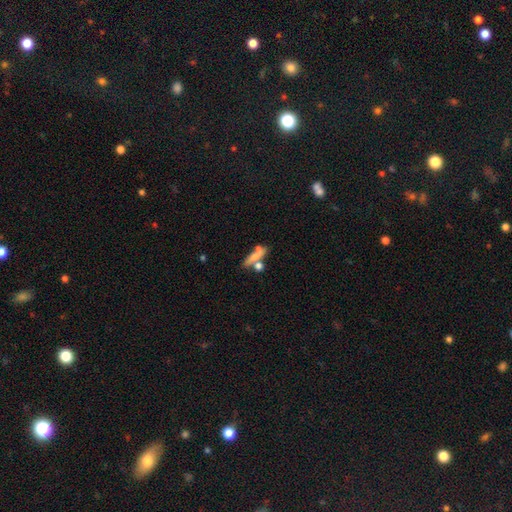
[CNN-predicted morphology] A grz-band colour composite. It shows a smooth galaxy with no disk features (55%) that is cigar-shaped (53%). Merging: none (40%).